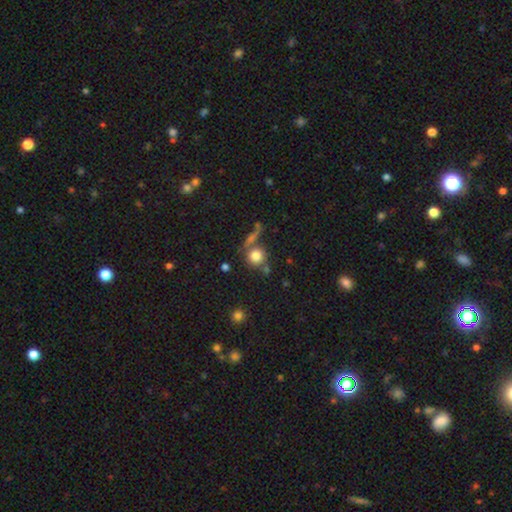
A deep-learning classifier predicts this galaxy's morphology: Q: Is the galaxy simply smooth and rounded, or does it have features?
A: smooth — 79%.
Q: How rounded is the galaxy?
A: round — 90%.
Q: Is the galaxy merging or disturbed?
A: none — 63%.